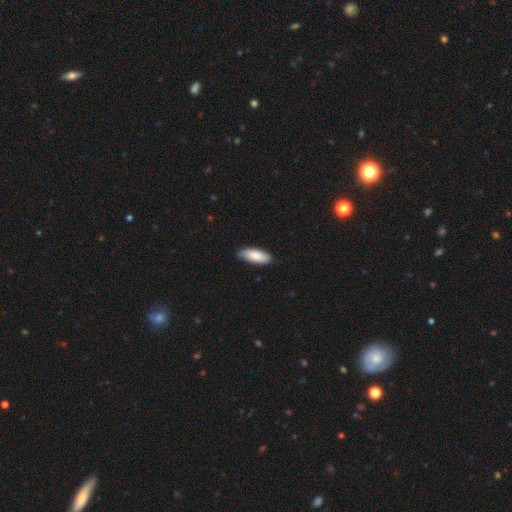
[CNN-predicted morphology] The model was most divided on "how rounded": in between: 77%, cigar-shaped: 22%, round: 2%. More confident: merging — none (86%); smooth or featured — smooth (82%).